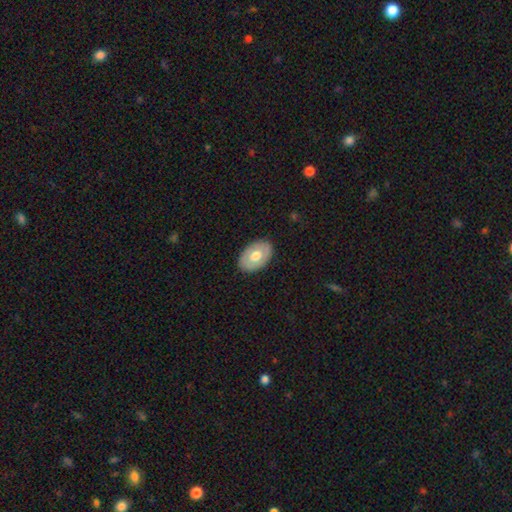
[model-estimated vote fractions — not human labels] Morphology: type=smooth (55%); roundness=in between (87%); merging=none (86%).